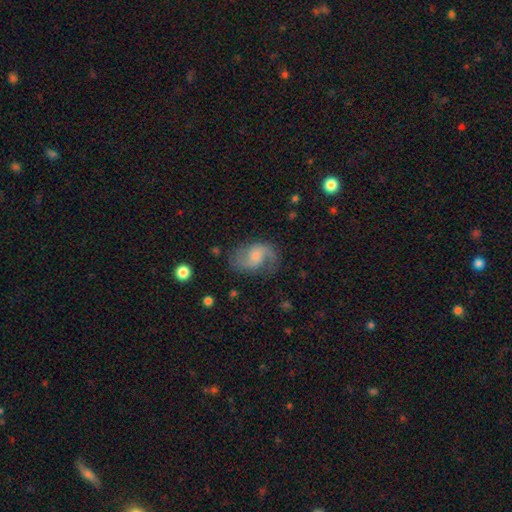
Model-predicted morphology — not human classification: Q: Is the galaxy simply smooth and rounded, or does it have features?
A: featured or disk — 77%.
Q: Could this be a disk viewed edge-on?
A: no — 97%.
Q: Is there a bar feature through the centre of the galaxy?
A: no — 51%.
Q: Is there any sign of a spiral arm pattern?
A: yes — 95%.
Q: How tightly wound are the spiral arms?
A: medium — 44%.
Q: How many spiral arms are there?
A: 2 — 86%.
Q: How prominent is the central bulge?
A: small — 41%.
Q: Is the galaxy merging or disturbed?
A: none — 71%.